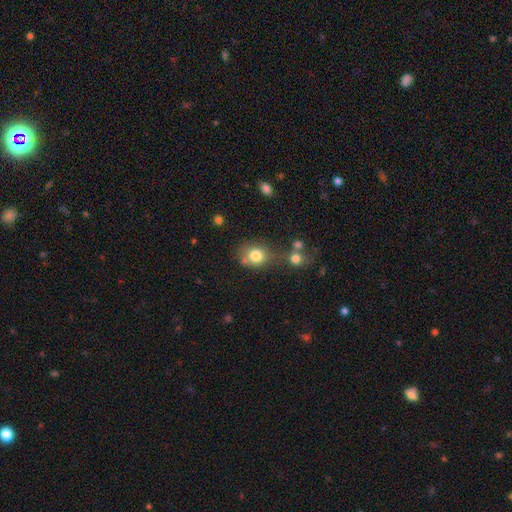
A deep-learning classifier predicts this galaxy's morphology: The model was most divided on "merging": none: 52%, merger: 24%, minor disturbance: 17%, major disturbance: 8%. More confident: smooth or featured — smooth (79%); how rounded — round (71%).